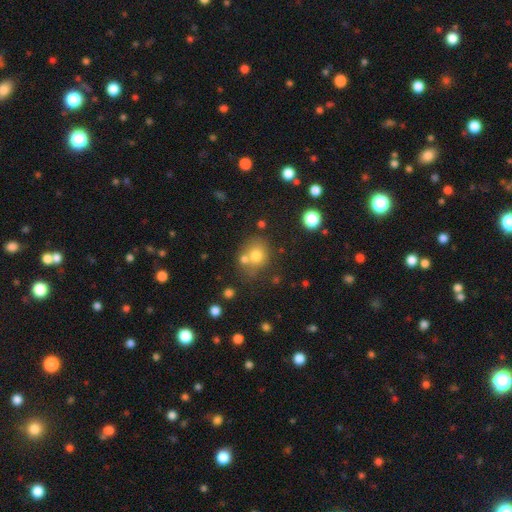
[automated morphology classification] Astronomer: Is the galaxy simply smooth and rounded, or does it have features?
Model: smooth — 74%.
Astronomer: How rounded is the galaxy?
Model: round — 72%.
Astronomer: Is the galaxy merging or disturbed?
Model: none — 55%.